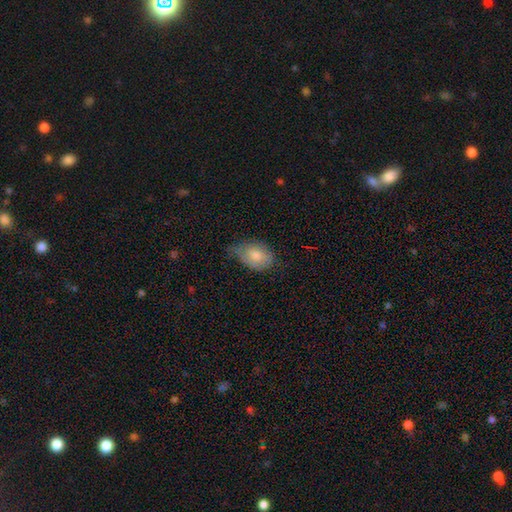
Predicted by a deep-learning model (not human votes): Smooth or featured?
  - smooth: 76% *
  - featured or disk: 17%
  - star or artifact: 7%
How rounded?
  - in between: 83% *
  - round: 16%
  - cigar-shaped: 1%
Merging?
  - minor disturbance: 45% *
  - none: 39%
  - major disturbance: 14%
  - merger: 2%